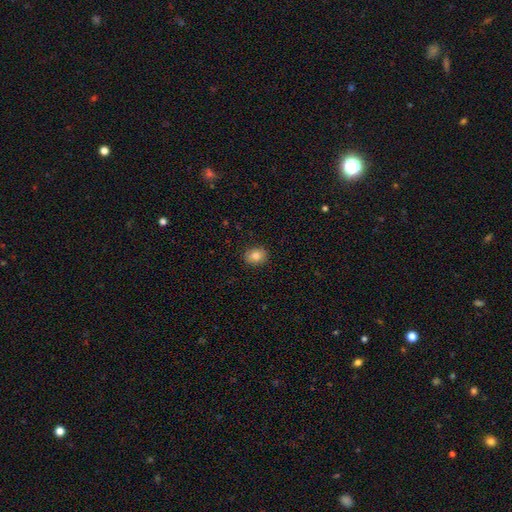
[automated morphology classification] A smooth galaxy with no disk features (82%) that is round (52%).

Vote fractions:
- Smooth or featured? smooth: 82% / star or artifact: 9% / featured or disk: 9%
- How rounded? round: 52% / in between: 47% / cigar-shaped: 1%
- Merging? none: 89% / minor disturbance: 8% / major disturbance: 2% / merger: 1%